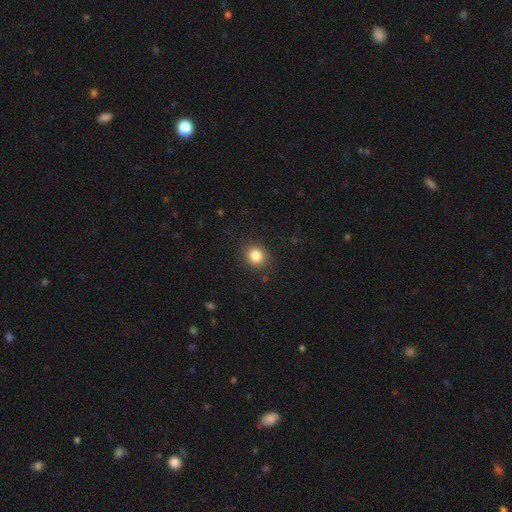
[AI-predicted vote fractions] smooth-or-featured: smooth: 84% | star or artifact: 11% | featured or disk: 5%
  how-rounded: round: 78% | in between: 21% | cigar-shaped: 1%
  merging: none: 87% | minor disturbance: 9% | major disturbance: 3% | merger: 1%